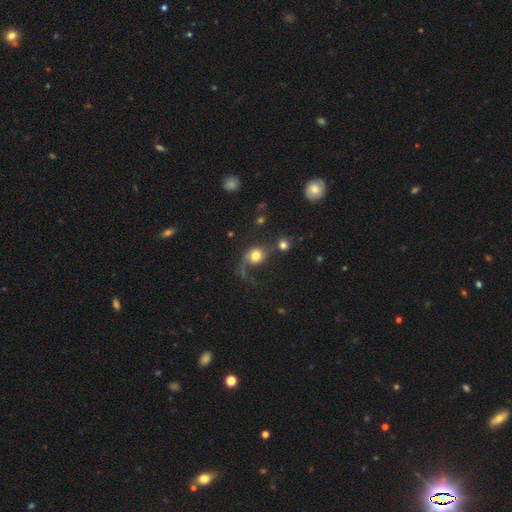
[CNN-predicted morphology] Smooth or featured?
  - smooth: 52% *
  - featured or disk: 38%
  - star or artifact: 9%
How rounded?
  - round: 72% *
  - in between: 26%
  - cigar-shaped: 1%
Merging?
  - major disturbance: 41% *
  - none: 30%
  - minor disturbance: 15%
  - merger: 14%